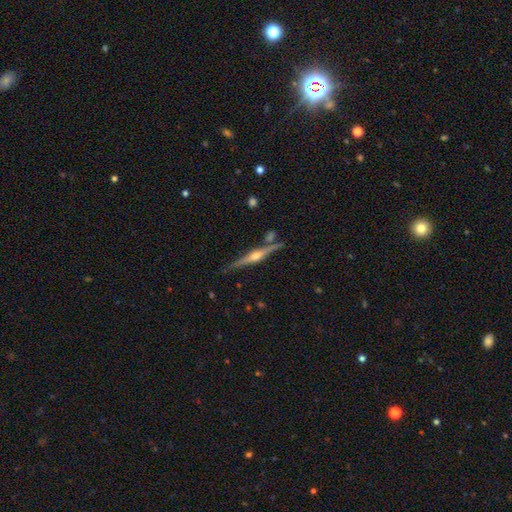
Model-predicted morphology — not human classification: This is clearly a featured or disk galaxy (85%). It is clearly viewed edge-on (98%). Edge-on bulge: clearly rounded (94%). Merging: clearly none (84%).